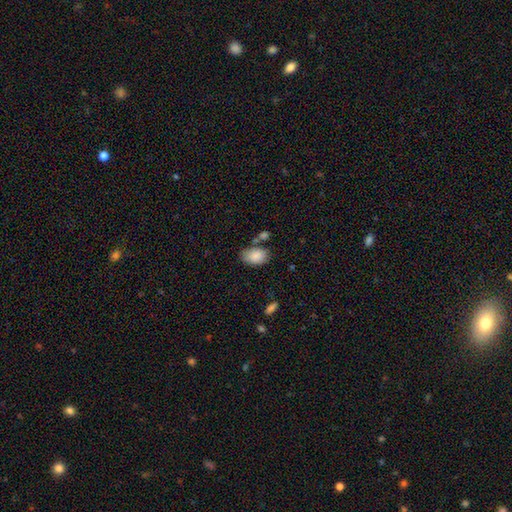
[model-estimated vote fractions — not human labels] A smooth galaxy with no disk features (86%) that is in between round and cigar-shaped (90%). Merging: none (61%).